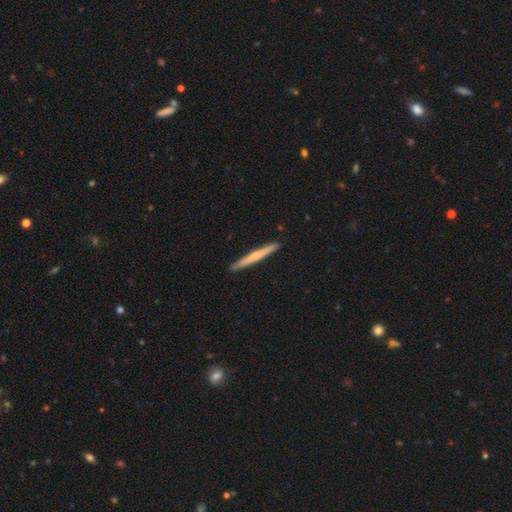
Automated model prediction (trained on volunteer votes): This is possibly a smooth galaxy (48%). Merging: clearly none (92%).